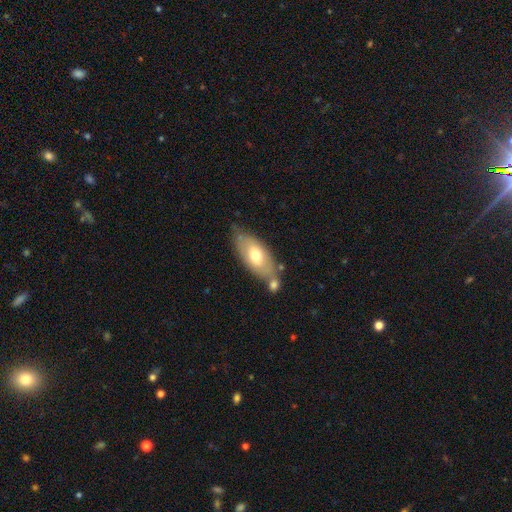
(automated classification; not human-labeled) Smooth or featured? smooth (62%)
How rounded? in between (86%)
Merging? none (56%)